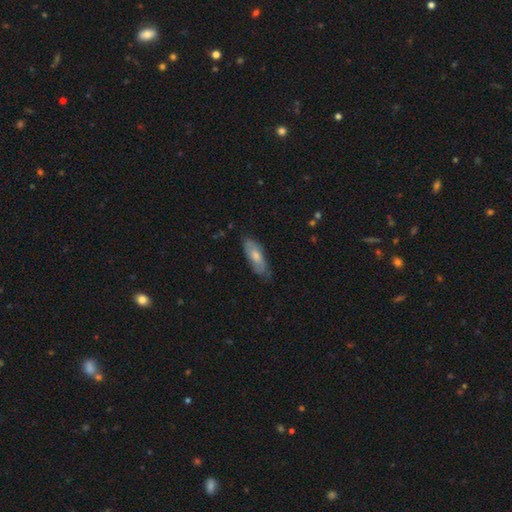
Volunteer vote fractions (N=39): Overall: smooth (59%; featured or disk 31%). How rounded: in between (83%). Merging: none (57%; minor disturbance 31%).